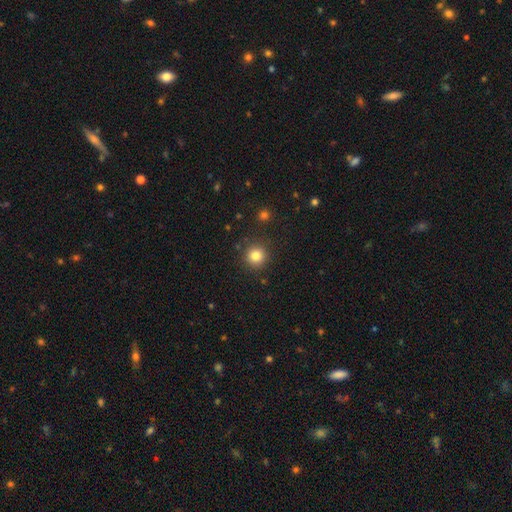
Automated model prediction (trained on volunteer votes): Overall: smooth (82%). How rounded: round (94%). Merging: none (89%).